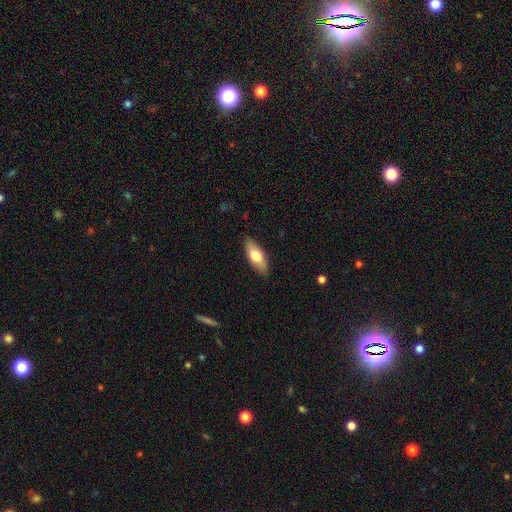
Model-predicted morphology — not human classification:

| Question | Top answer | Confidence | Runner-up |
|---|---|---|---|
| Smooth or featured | smooth | 70% | featured or disk (24%) |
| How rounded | in between | 76% | cigar-shaped (22%) |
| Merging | none | 88% | minor disturbance (9%) |